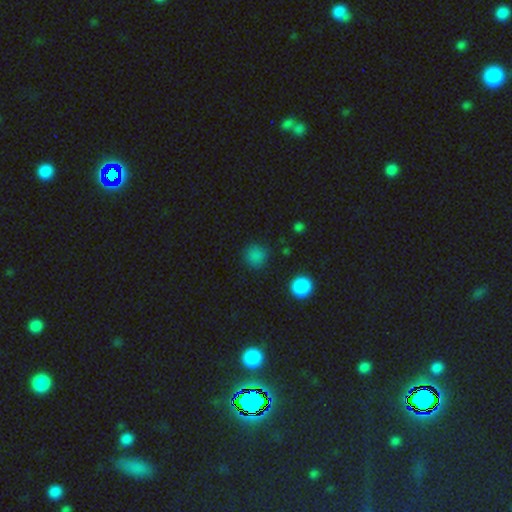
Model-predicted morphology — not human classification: type=smooth (81%); roundness=round (92%); merging=none (86%).